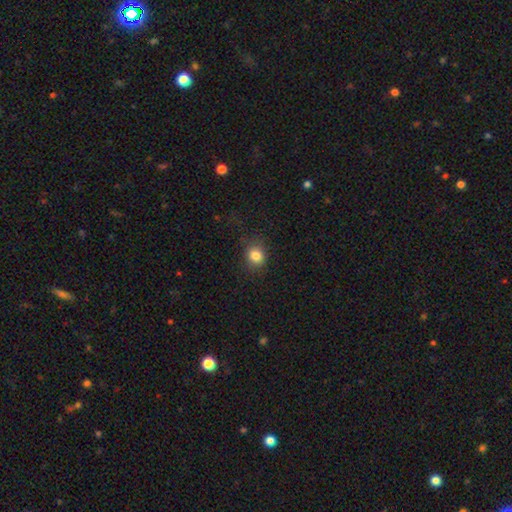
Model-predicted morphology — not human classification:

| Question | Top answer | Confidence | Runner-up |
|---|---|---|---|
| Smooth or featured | smooth | 83% | star or artifact (12%) |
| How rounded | round | 71% | in between (28%) |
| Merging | none | 79% | minor disturbance (14%) |